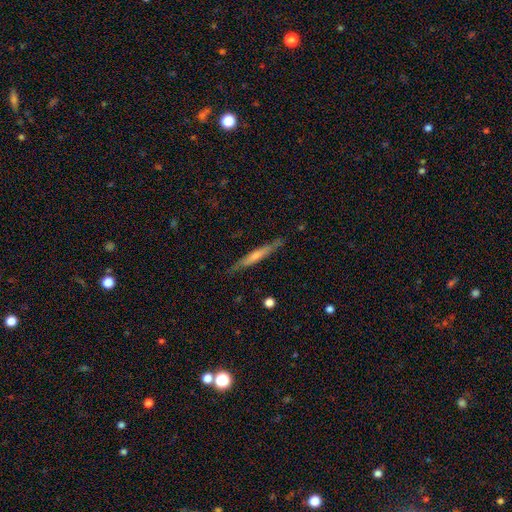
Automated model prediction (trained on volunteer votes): The model was most divided on "edge-on bulge": rounded: 46%, none: 44%, boxy: 10%. More confident: edge-on disk — yes (94%); merging — none (85%); smooth or featured — featured or disk (55%).